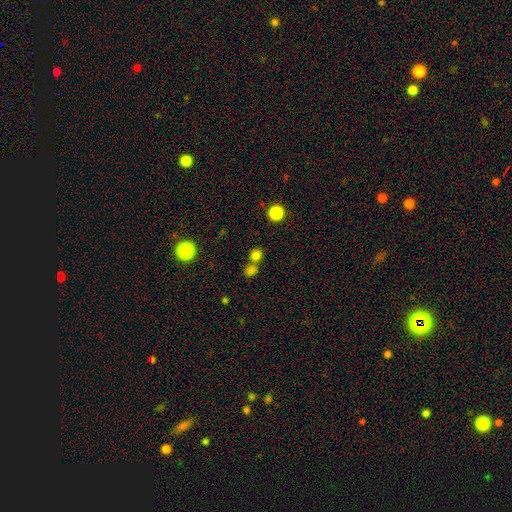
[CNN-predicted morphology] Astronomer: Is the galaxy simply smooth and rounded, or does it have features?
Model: smooth — 73%.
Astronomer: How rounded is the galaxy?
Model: round — 81%.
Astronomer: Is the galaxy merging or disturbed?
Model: none — 52% (runner-up: merger, 39%).